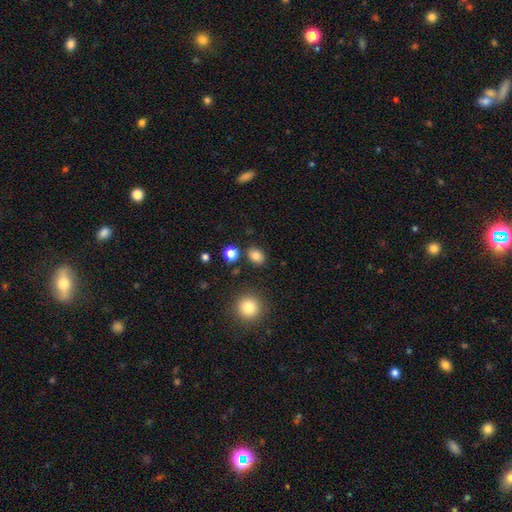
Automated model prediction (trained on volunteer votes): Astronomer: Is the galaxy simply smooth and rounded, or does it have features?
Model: smooth — 82%.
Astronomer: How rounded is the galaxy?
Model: in between — 57% (runner-up: round, 42%).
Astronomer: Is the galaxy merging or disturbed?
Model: none — 84%.